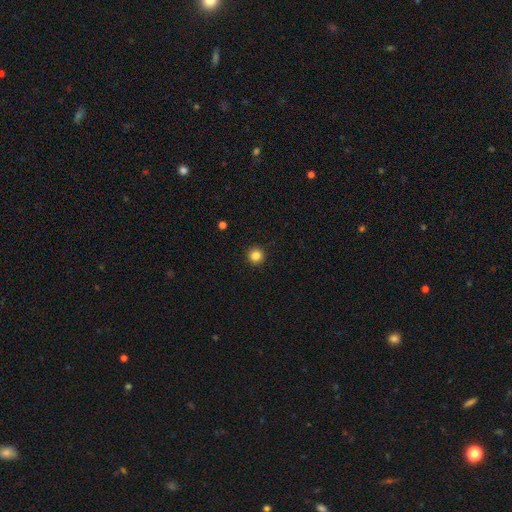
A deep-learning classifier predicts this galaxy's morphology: Smooth or featured? smooth (84%)
How rounded? round (96%)
Merging? none (93%)